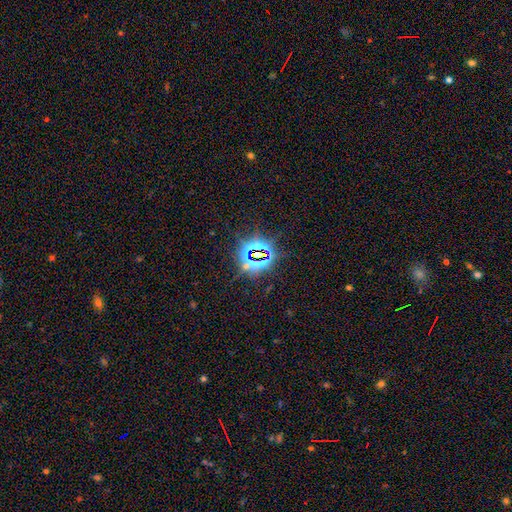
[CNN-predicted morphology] type=star or artifact (82%).